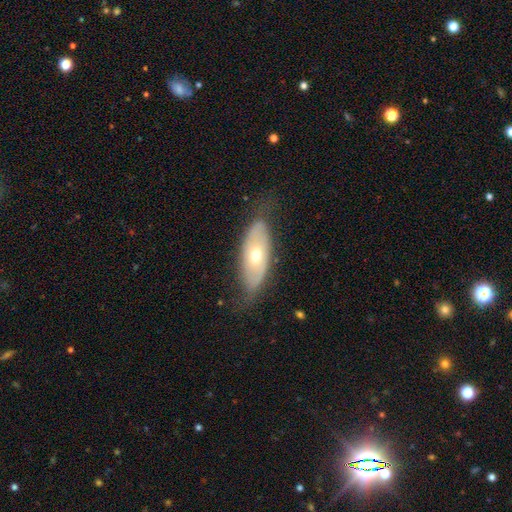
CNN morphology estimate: type=featured or disk (48%); merging=none (68%).